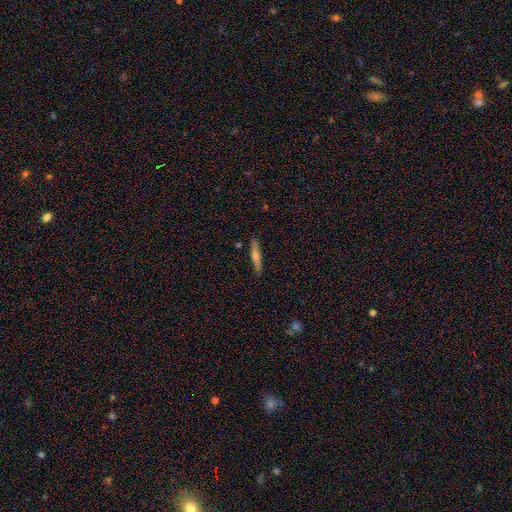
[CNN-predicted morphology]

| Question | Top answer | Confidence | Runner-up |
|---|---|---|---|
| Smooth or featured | smooth | 56% | featured or disk (37%) |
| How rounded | cigar-shaped | 92% | in between (7%) |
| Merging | none | 88% | minor disturbance (9%) |